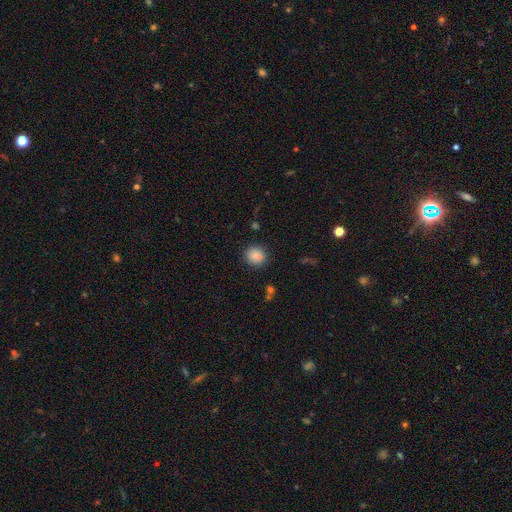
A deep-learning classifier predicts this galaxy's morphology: Q: Smooth or featured?
A: smooth (86%); runner-up: star or artifact (10%)
Q: How rounded?
A: round (79%); runner-up: in between (20%)
Q: Merging?
A: none (81%); runner-up: minor disturbance (11%)